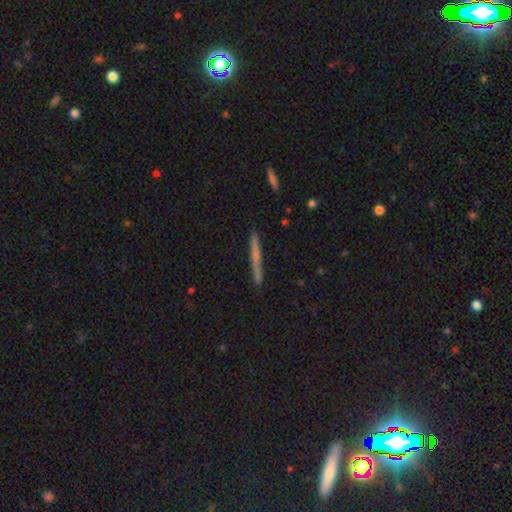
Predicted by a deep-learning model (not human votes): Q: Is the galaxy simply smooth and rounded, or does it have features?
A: smooth — 48%.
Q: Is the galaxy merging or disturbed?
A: none — 89%.